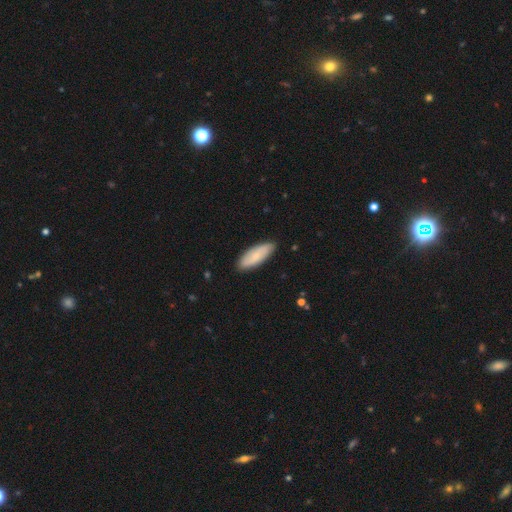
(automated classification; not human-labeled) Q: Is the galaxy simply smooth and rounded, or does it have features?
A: smooth — 70%.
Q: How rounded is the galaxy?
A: in between — 66%.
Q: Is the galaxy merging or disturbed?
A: none — 86%.